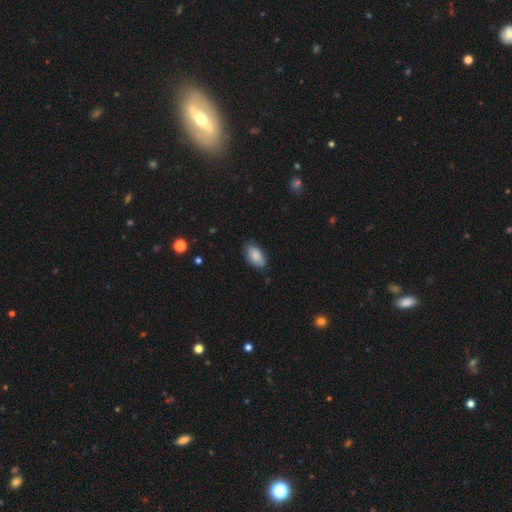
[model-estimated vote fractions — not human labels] Q: Smooth or featured?
A: smooth (86%); runner-up: featured or disk (8%)
Q: How rounded?
A: in between (94%); runner-up: round (3%)
Q: Merging?
A: none (79%); runner-up: minor disturbance (17%)